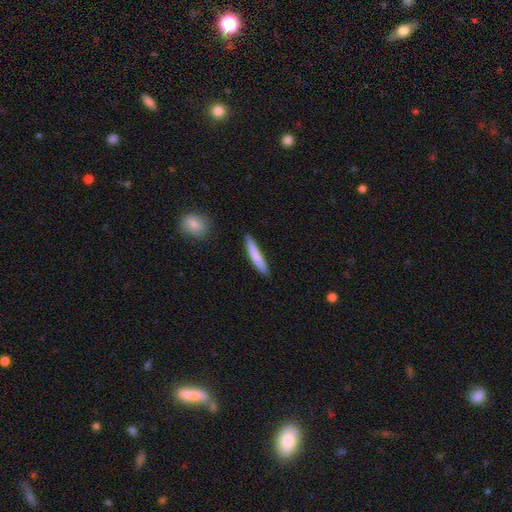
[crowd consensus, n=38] smooth-or-featured: smooth: 68% | featured or disk: 32% | star or artifact: 0%
  how-rounded: cigar-shaped: 92% | in between: 8% | round: 0%
  merging: none: 79% | minor disturbance: 18% | major disturbance: 3% | merger: 0%